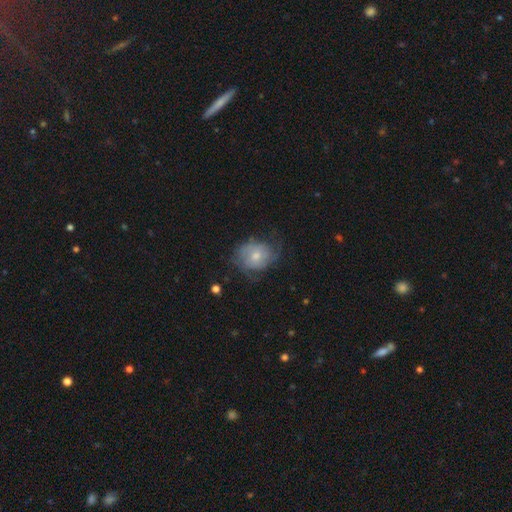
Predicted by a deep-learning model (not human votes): featured or disk 53%, smooth 40%, star or artifact 7%. Down the decision tree: edge-on disk — no (97%); bar — no (72%); spiral arms — yes (75%); bulge size — moderate (57%); merging — none (52%).